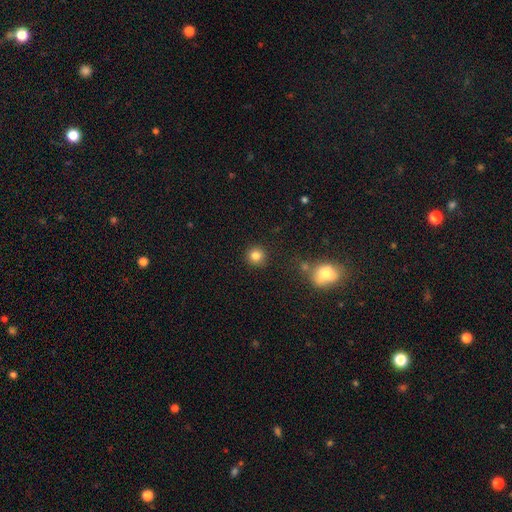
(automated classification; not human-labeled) Smooth or featured?
  - smooth: 82% *
  - star or artifact: 12%
  - featured or disk: 6%
How rounded?
  - round: 94% *
  - in between: 5%
  - cigar-shaped: 1%
Merging?
  - none: 90% *
  - minor disturbance: 6%
  - merger: 2%
  - major disturbance: 2%